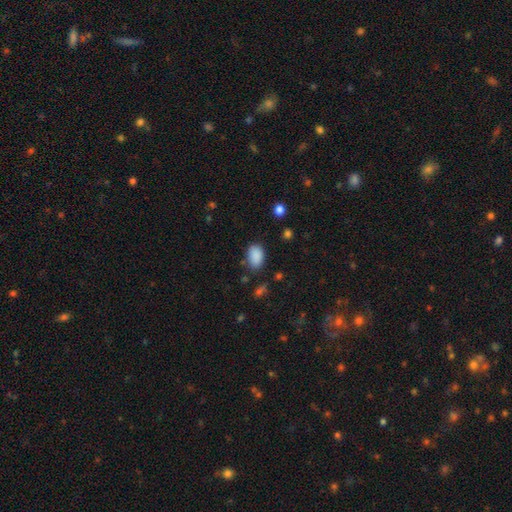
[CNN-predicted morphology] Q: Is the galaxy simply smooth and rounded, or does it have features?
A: smooth — 88%.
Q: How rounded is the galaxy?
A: in between — 88%.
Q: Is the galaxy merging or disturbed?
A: none — 77%.